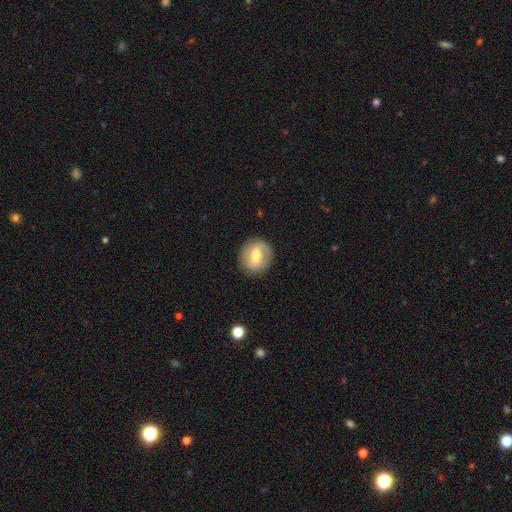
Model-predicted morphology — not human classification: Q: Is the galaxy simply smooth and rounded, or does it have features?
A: featured or disk — 65%.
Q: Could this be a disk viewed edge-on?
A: no — 96%.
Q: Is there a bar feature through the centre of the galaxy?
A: weak — 43%.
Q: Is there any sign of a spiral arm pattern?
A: yes — 75%.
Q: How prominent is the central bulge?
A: moderate — 57%.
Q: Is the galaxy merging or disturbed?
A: none — 84%.